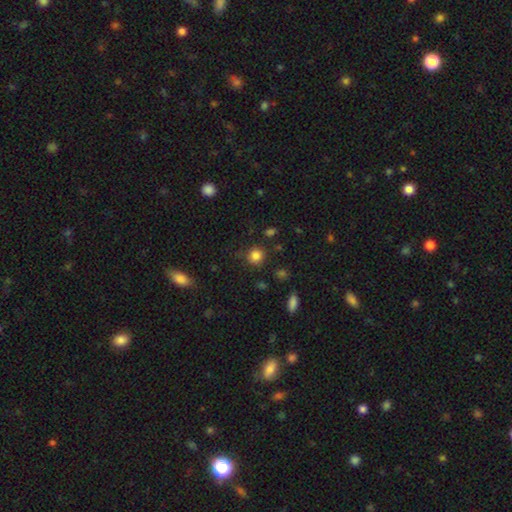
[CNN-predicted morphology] Smooth or featured? smooth (83%)
How rounded? round (90%)
Merging? none (83%)